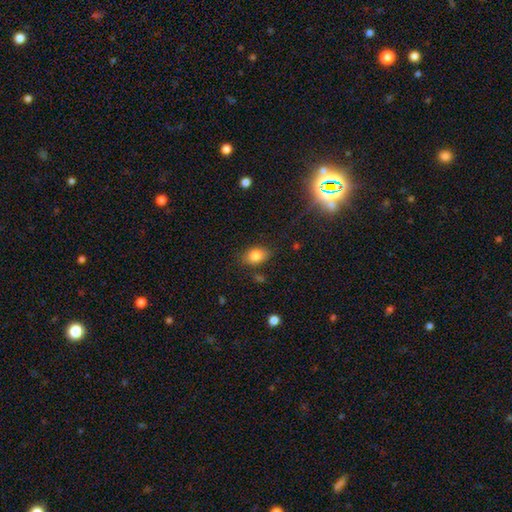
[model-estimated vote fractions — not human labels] Smooth or featured? Predicted: smooth (p=0.82). How rounded? Predicted: in between (p=0.81). Merging? Predicted: none (p=0.81).